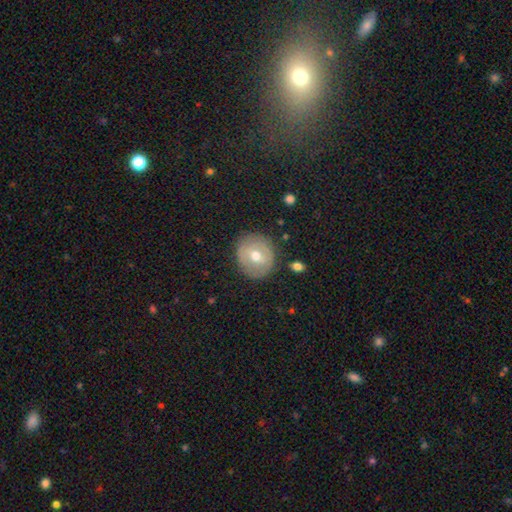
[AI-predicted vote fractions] A smooth galaxy with no disk features (52%) that is round (80%). Merging: none (82%).